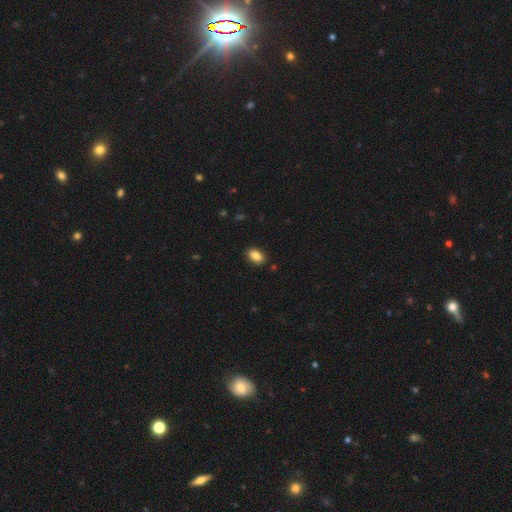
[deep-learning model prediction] Morphology: type=smooth (88%); roundness=in between (89%); merging=none (88%).